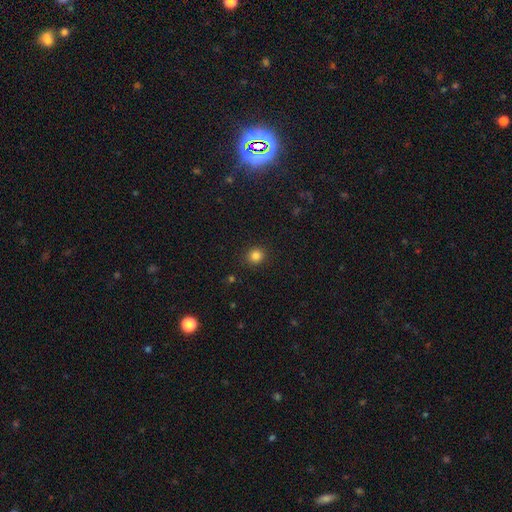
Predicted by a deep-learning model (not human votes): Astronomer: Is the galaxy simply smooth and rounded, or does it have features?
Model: smooth — 84%.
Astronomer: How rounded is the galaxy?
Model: round — 86%.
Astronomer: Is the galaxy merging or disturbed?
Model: none — 90%.